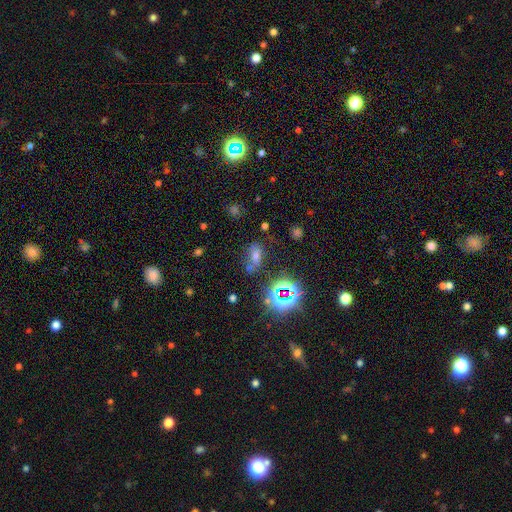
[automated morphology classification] smooth 45%, star or artifact 42%, featured or disk 14%. Down the decision tree: merging — none (61%).